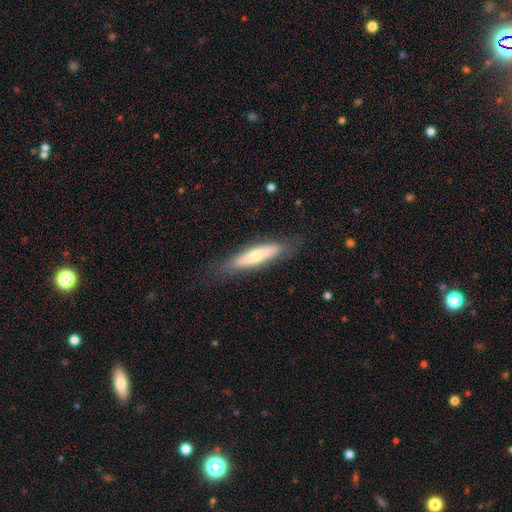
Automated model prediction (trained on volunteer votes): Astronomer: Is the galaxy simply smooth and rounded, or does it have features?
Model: smooth — 53% (runner-up: featured or disk, 40%).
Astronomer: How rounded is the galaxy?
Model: cigar-shaped — 75%.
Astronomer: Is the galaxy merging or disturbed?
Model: none — 78%.